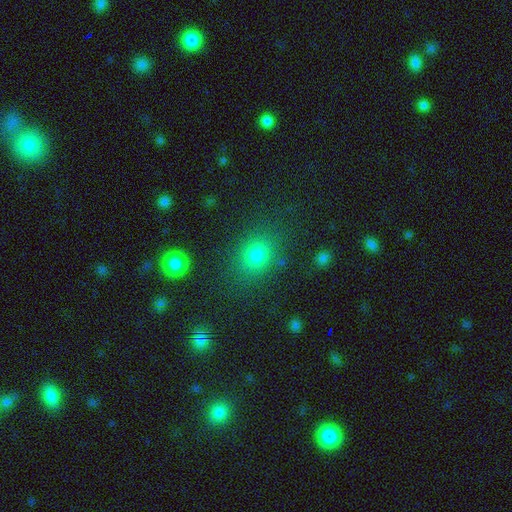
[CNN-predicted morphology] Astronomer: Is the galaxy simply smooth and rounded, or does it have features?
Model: smooth — 77%.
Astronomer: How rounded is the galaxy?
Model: round — 66%.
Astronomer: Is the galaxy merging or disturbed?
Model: none — 80%.